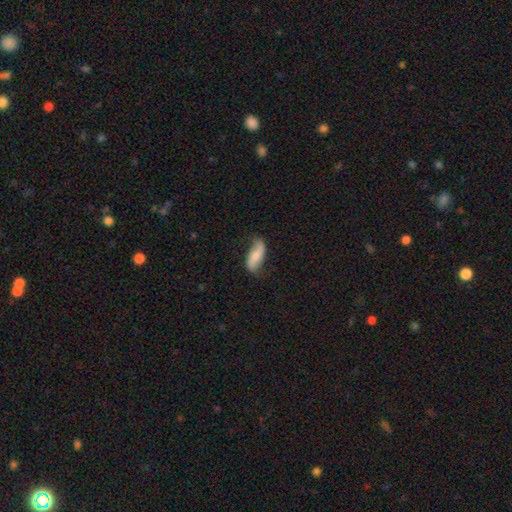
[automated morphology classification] This is possibly a featured or disk galaxy (48%). Merging: likely none (68%).